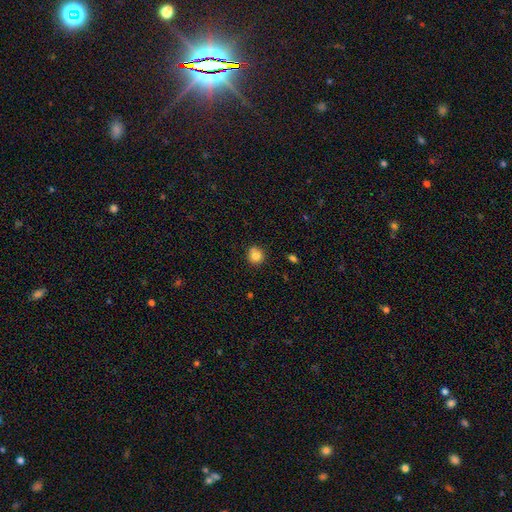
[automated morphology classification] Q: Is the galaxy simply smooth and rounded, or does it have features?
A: smooth — 83%.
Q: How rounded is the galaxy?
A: round — 87%.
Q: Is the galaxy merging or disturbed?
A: none — 81%.